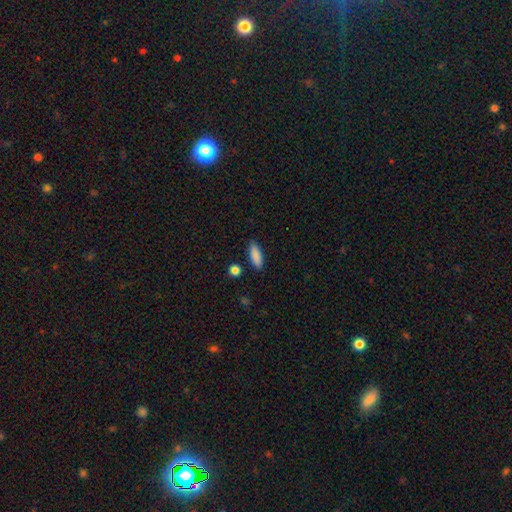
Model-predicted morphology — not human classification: Smooth or featured? Predicted: smooth (p=0.88). How rounded? Predicted: in between (p=0.63). Merging? Predicted: none (p=0.86).